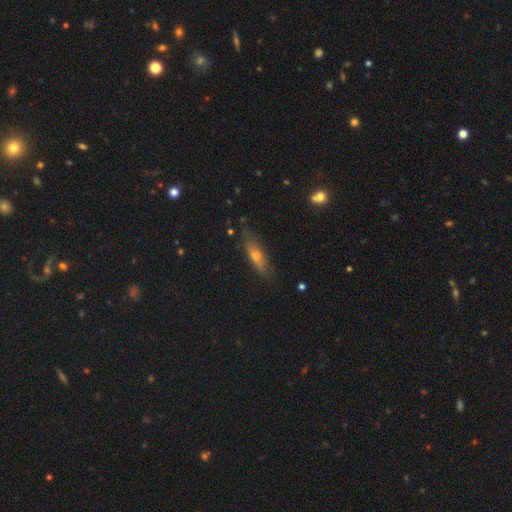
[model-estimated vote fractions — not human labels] Smooth or featured? Predicted: smooth (p=0.48). Merging? Predicted: none (p=0.79).